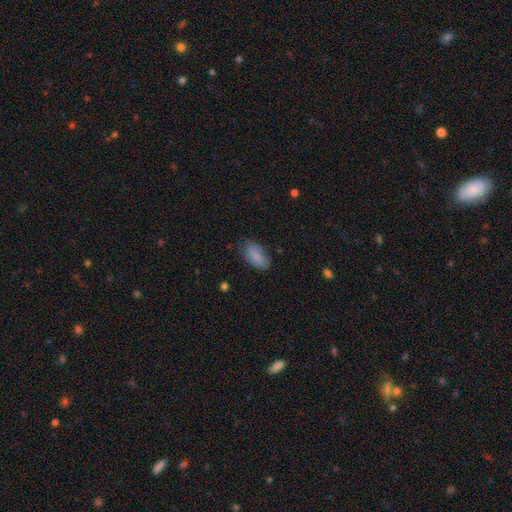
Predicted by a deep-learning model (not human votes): This appears to be a smooth galaxy with no disk features (83%) that is in between round and cigar-shaped (92%). Merging: none (66%).